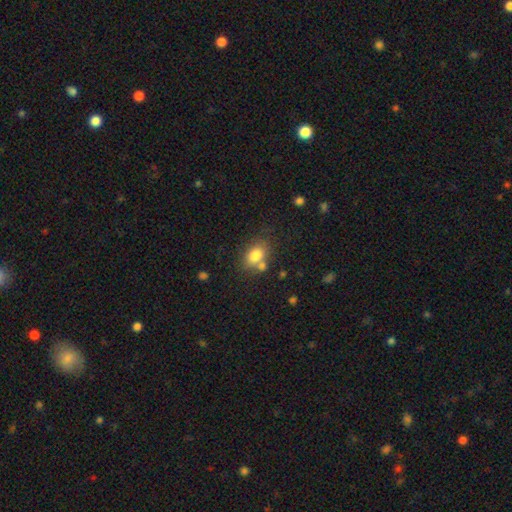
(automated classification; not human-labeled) A smooth galaxy with no disk features (80%) that is in between round and cigar-shaped (74%). Merging: none (59%).